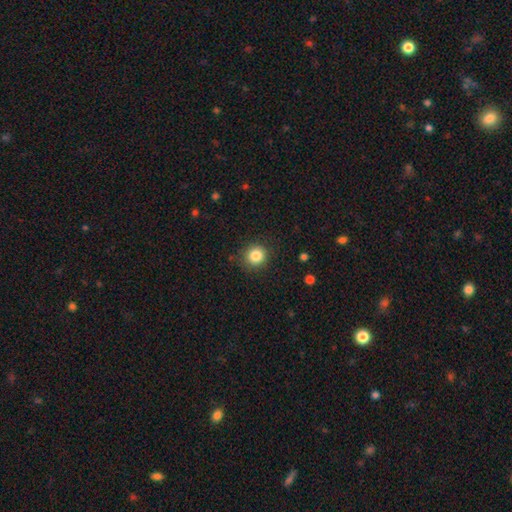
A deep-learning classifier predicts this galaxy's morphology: smooth_or_featured: smooth (p=0.84) [alt: star or artifact p=0.10]
how_rounded: round (p=0.91) [alt: in between p=0.08]
merging: none (p=0.88) [alt: minor disturbance p=0.08]